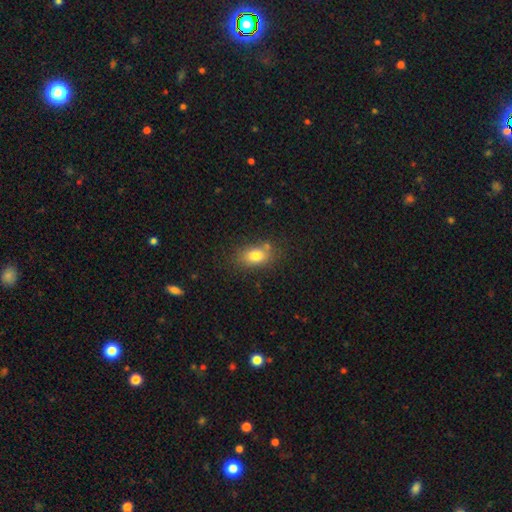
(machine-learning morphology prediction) smooth 79%, featured or disk 11%, star or artifact 10%. Down the decision tree: how rounded — in between (81%); merging — none (70%).